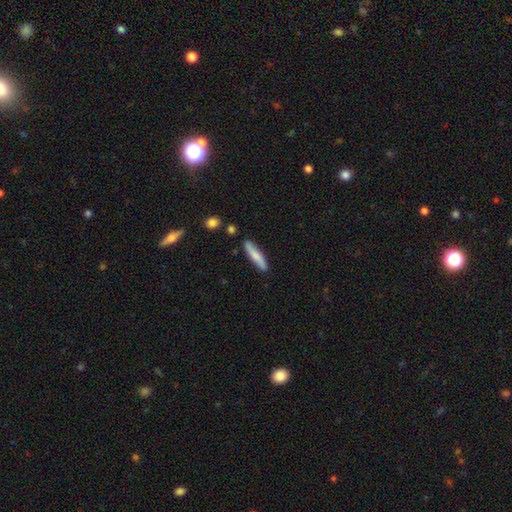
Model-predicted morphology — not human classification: smooth 75%, featured or disk 20%, star or artifact 6%. Down the decision tree: how rounded — cigar-shaped (84%); merging — none (85%).